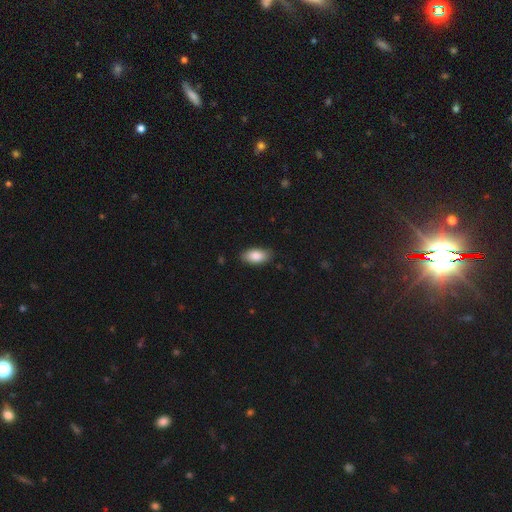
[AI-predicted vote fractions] Smooth or featured?
  - smooth: 84% *
  - featured or disk: 9%
  - star or artifact: 7%
How rounded?
  - in between: 93% *
  - cigar-shaped: 4%
  - round: 3%
Merging?
  - none: 86% *
  - minor disturbance: 11%
  - major disturbance: 2%
  - merger: 1%